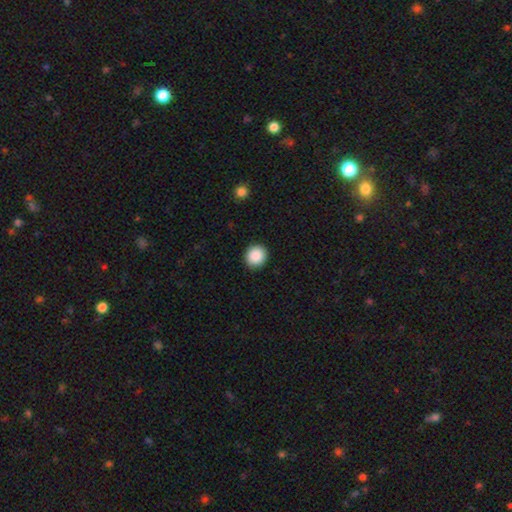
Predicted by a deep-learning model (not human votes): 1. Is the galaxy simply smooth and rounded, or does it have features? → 89% smooth, 8% star or artifact, 3% featured or disk.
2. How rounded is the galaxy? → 88% round, 11% in between, 1% cigar-shaped.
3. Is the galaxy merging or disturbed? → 92% none, 5% minor disturbance, 2% major disturbance, 1% merger.